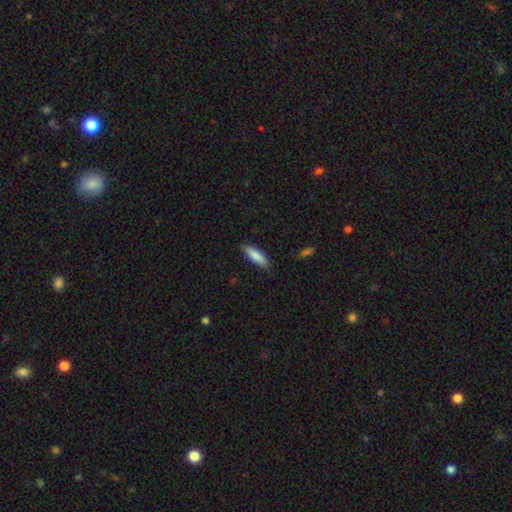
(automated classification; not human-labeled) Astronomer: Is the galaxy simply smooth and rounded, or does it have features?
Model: smooth — 85%.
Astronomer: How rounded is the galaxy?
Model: cigar-shaped — 57% (runner-up: in between, 42%).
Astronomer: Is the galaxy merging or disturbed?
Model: none — 85%.